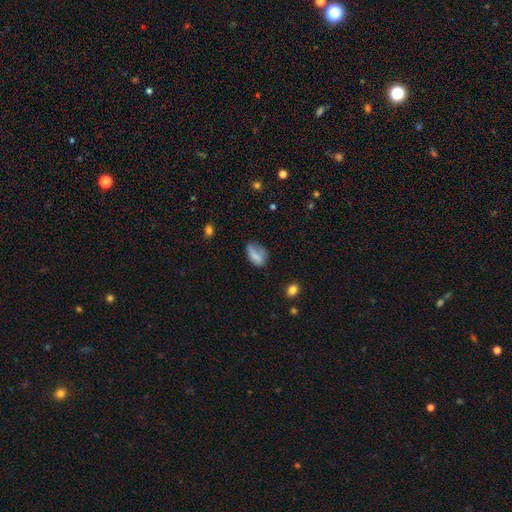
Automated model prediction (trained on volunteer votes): A smooth galaxy with no disk features (74%) that is in between round and cigar-shaped (87%). Merging: none (43%).